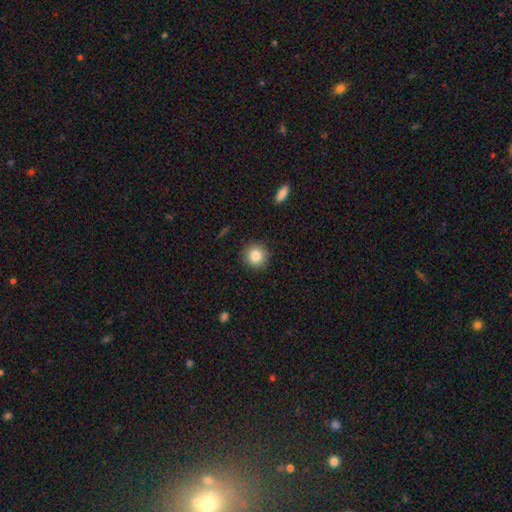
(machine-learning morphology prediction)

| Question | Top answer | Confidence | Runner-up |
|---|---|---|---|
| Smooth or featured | smooth | 84% | star or artifact (9%) |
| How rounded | round | 93% | in between (6%) |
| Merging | none | 90% | minor disturbance (7%) |